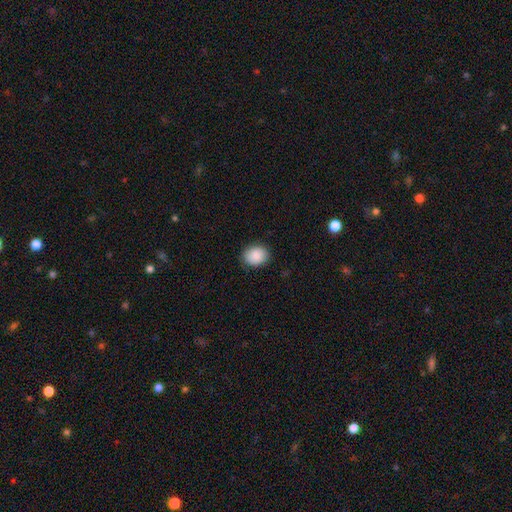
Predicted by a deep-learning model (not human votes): smooth_or_featured: smooth (p=0.89) [alt: star or artifact p=0.07]
how_rounded: round (p=0.54) [alt: in between p=0.45]
merging: none (p=0.87) [alt: minor disturbance p=0.10]